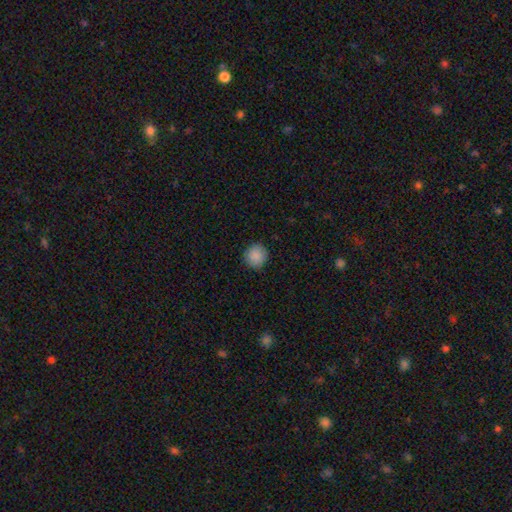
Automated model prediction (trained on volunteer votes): Smooth or featured? smooth (89%)
How rounded? round (88%)
Merging? none (89%)